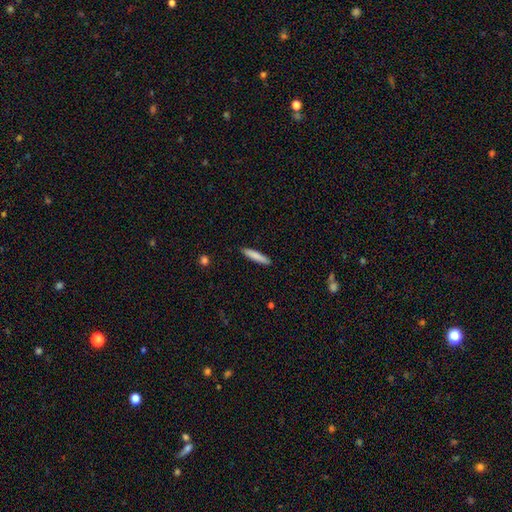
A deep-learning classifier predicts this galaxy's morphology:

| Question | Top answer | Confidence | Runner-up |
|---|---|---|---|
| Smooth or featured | smooth | 83% | featured or disk (12%) |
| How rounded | cigar-shaped | 90% | in between (9%) |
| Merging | none | 90% | minor disturbance (7%) |